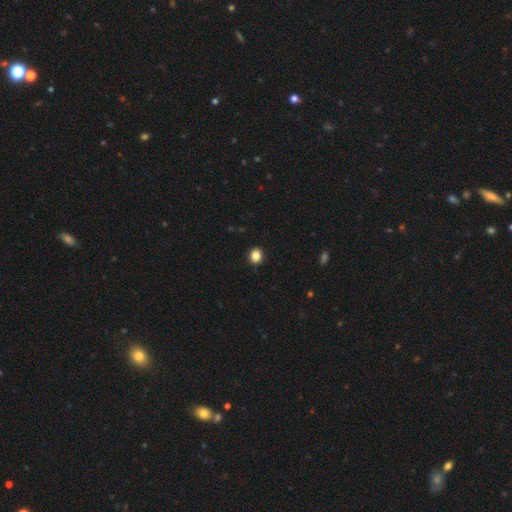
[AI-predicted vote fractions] The model was most divided on "how rounded": round: 68%, in between: 31%, cigar-shaped: 1%. More confident: merging — none (92%); smooth or featured — smooth (86%).